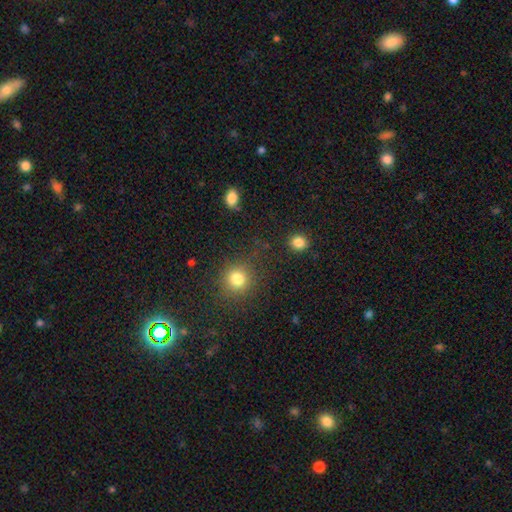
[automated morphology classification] Q: Smooth or featured?
A: smooth (60%); runner-up: star or artifact (35%)
Q: How rounded?
A: round (93%); runner-up: in between (6%)
Q: Merging?
A: none (85%); runner-up: minor disturbance (9%)